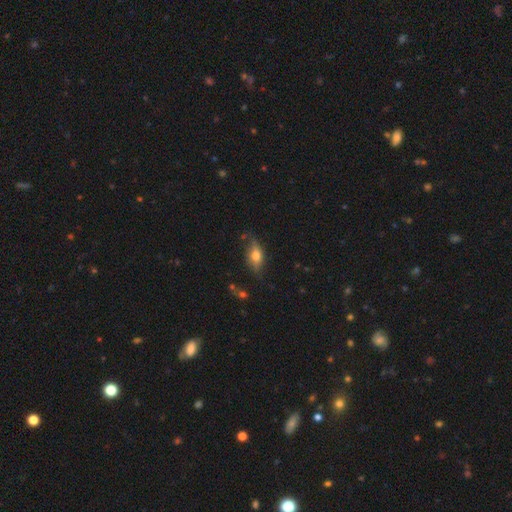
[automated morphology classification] This is possibly a smooth galaxy (57%). How rounded: likely in between (77%). Merging: likely none (69%).